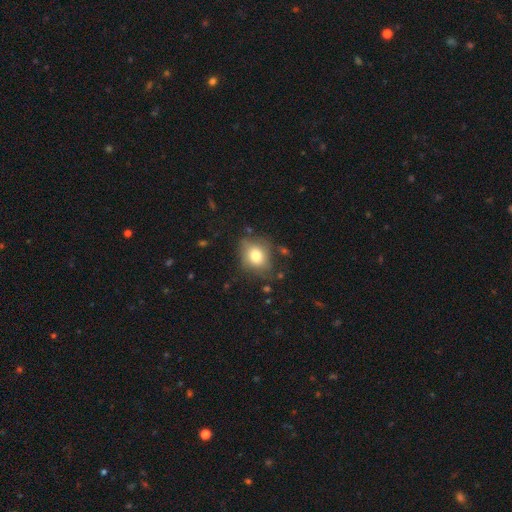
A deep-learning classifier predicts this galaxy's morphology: Smooth or featured?
  - smooth: 76% *
  - featured or disk: 14%
  - star or artifact: 10%
How rounded?
  - round: 55% *
  - in between: 44%
  - cigar-shaped: 1%
Merging?
  - none: 65% *
  - minor disturbance: 23%
  - major disturbance: 8%
  - merger: 3%